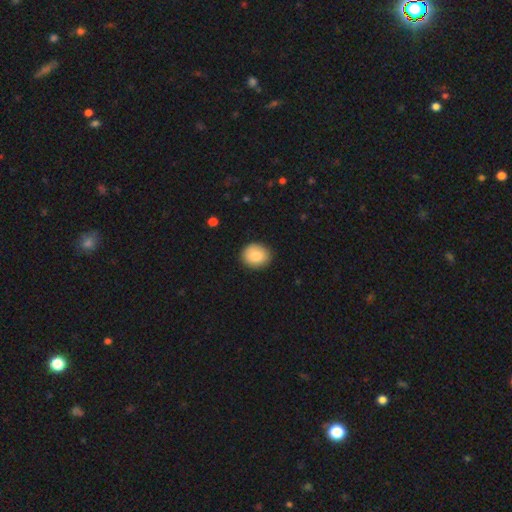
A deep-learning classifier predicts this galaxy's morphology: Smooth or featured? smooth (84%)
How rounded? round (71%)
Merging? none (89%)